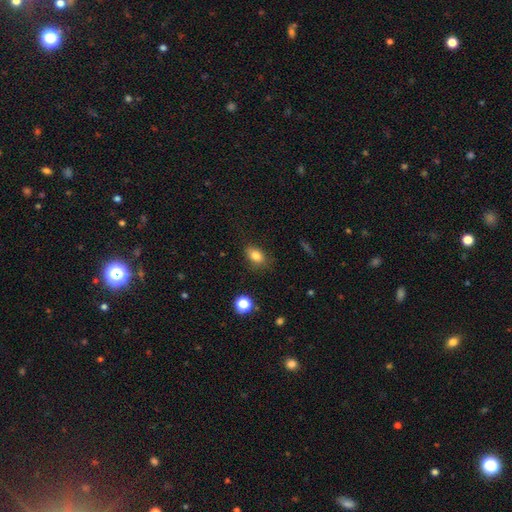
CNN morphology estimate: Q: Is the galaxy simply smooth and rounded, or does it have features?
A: smooth — 82%.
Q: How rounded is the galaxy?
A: in between — 81%.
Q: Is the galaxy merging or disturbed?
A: none — 78%.